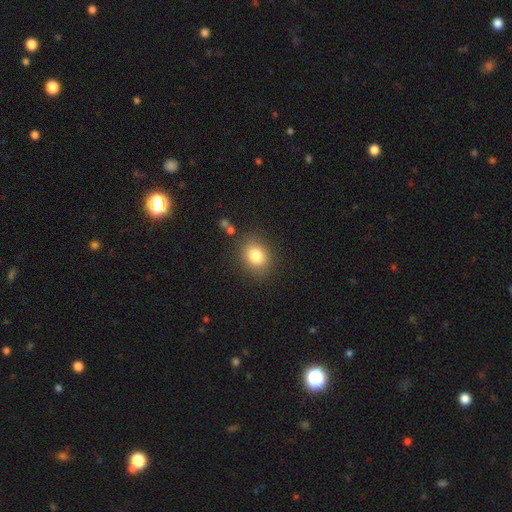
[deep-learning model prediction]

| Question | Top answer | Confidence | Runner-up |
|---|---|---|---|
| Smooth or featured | smooth | 81% | star or artifact (11%) |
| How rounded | round | 57% | in between (42%) |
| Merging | none | 84% | minor disturbance (10%) |